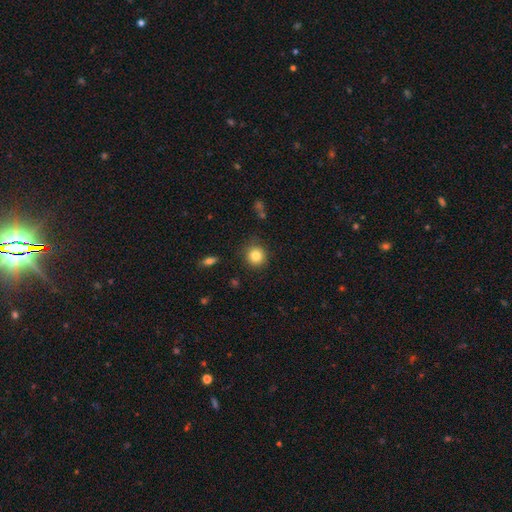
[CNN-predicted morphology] This appears to be a smooth galaxy with no disk features (83%) that is round (90%). Merging: none (86%).